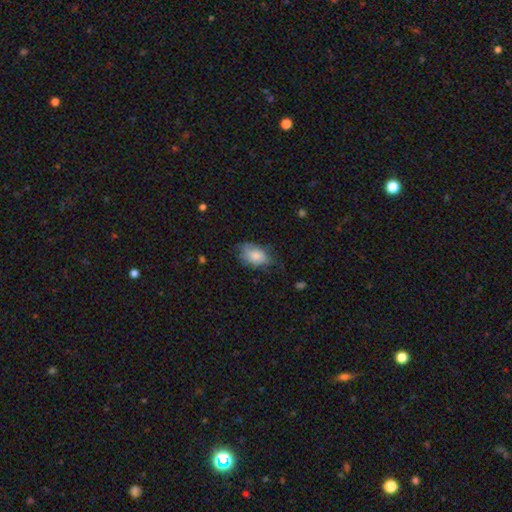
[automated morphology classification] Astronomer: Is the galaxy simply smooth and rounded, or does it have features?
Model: smooth — 80%.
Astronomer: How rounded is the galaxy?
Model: in between — 88%.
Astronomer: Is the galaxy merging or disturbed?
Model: none — 54% (runner-up: minor disturbance, 33%).